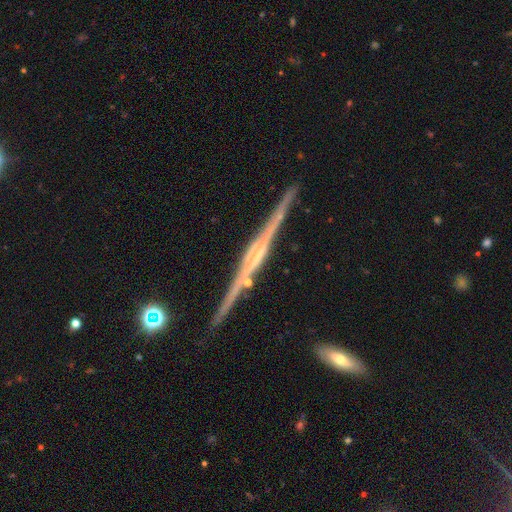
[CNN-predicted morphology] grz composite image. It shows a featured or disk galaxy (86%) viewed edge-on (98%) with a rounded central bulge (43%). Merging: none (87%).